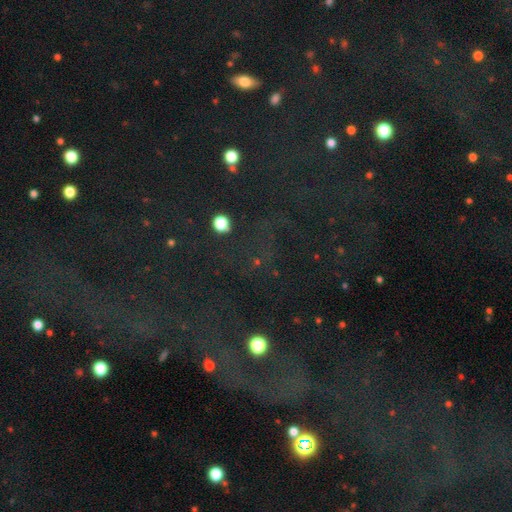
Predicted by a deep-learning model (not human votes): Morphology: type=star or artifact (71%).